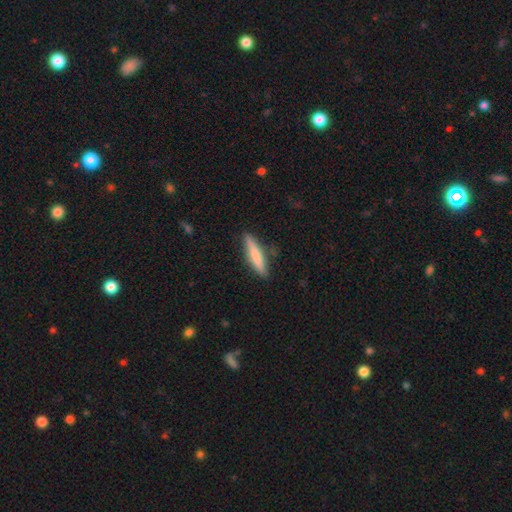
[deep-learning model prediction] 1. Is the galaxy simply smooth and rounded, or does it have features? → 72% smooth, 22% featured or disk, 6% star or artifact.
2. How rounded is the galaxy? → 85% cigar-shaped, 13% in between, 2% round.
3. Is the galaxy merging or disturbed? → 84% none, 12% minor disturbance, 2% major disturbance, 2% merger.